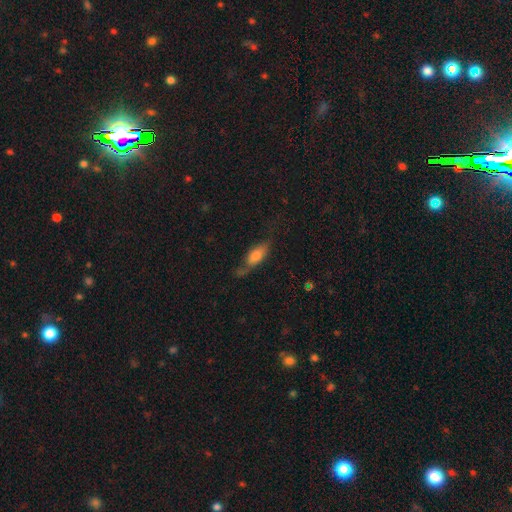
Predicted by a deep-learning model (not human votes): Smooth or featured? smooth (65%)
How rounded? in between (71%)
Merging? none (46%)